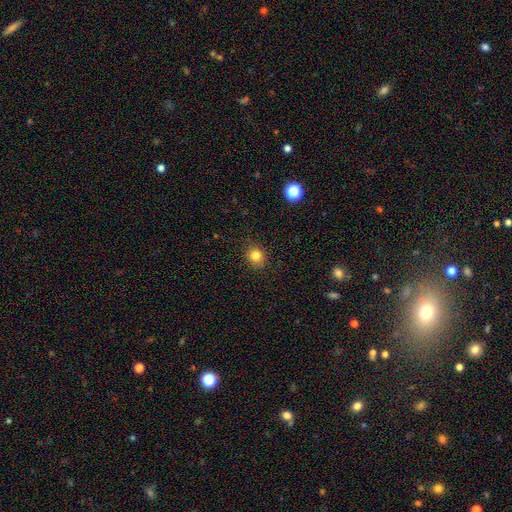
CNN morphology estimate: type=smooth (83%); roundness=round (74%); merging=none (86%).